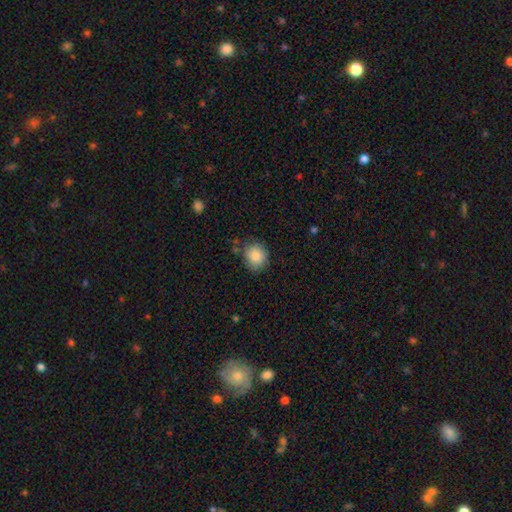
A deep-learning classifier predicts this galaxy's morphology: The model was most divided on "how rounded": round: 77%, in between: 22%, cigar-shaped: 1%. More confident: smooth or featured — smooth (87%); merging — none (77%).